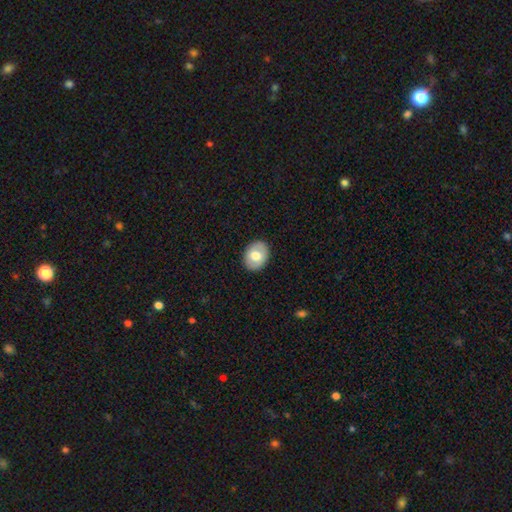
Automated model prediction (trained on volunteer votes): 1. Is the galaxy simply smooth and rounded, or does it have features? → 68% smooth, 25% featured or disk, 7% star or artifact.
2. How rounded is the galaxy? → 63% in between, 36% round, 1% cigar-shaped.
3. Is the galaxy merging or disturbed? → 88% none, 9% minor disturbance, 2% major disturbance, 1% merger.